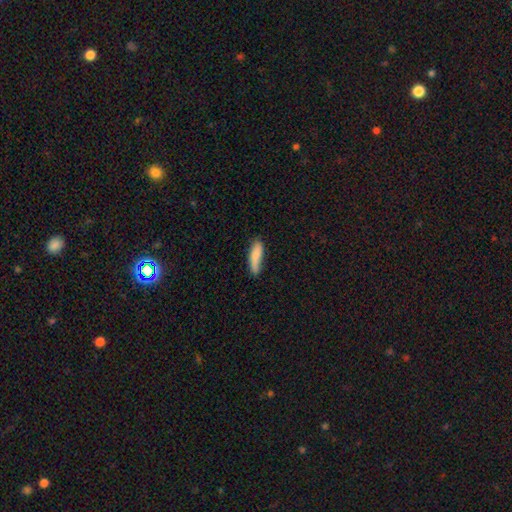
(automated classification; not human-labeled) smooth 81%, featured or disk 12%, star or artifact 6%. Down the decision tree: how rounded — cigar-shaped (61%); merging — none (63%).